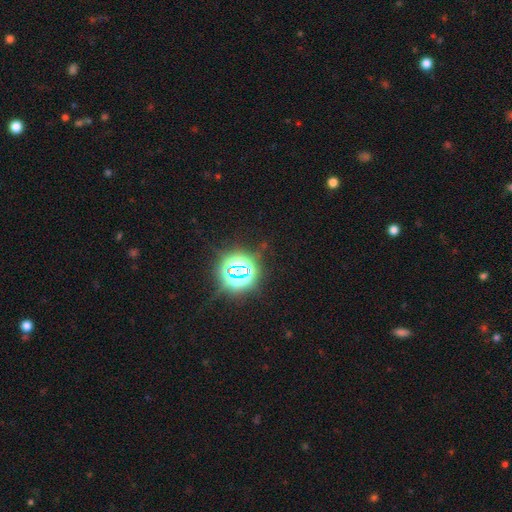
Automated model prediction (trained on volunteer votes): Smooth or featured?
  - star or artifact: 82% *
  - smooth: 12%
  - featured or disk: 6%